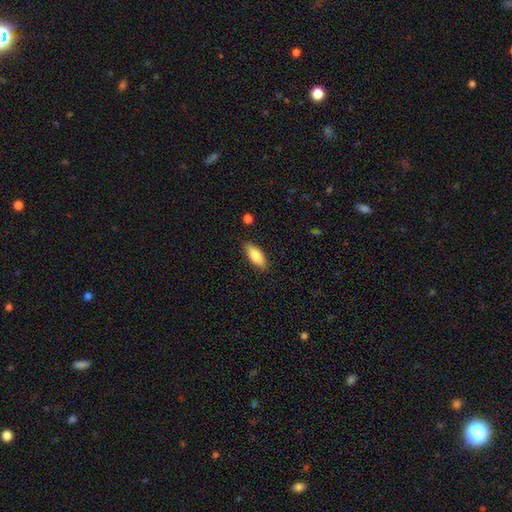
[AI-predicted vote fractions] Smooth or featured: smooth — 83% (featured or disk — 10%)
How rounded: in between — 79% (cigar-shaped — 19%)
Merging: none — 85% (minor disturbance — 11%)